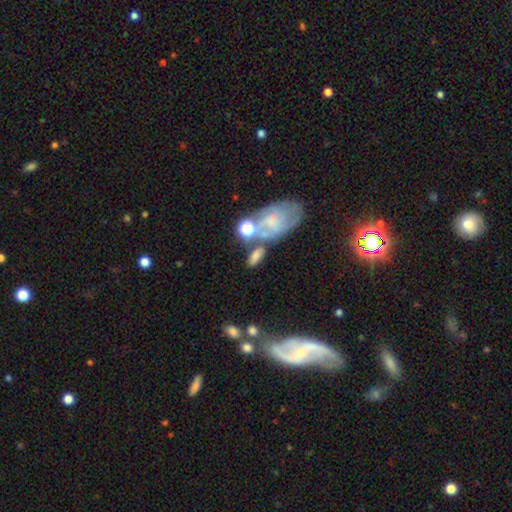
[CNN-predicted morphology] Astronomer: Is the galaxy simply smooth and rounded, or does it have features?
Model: smooth — 62%.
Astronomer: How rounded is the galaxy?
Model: in between — 78%.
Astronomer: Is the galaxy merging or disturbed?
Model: none — 45% (runner-up: merger, 28%).